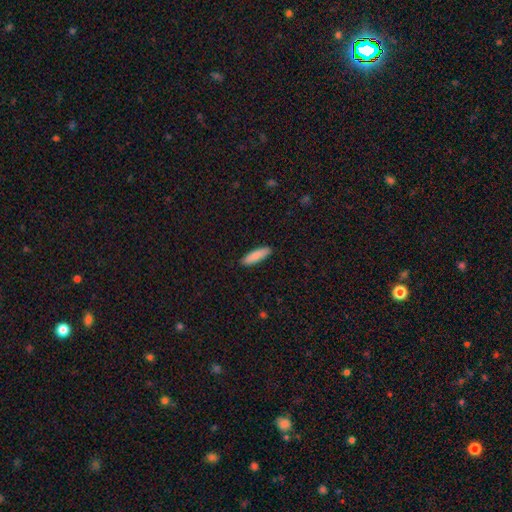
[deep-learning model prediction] Q: Smooth or featured?
A: smooth (88%); runner-up: featured or disk (6%)
Q: How rounded?
A: cigar-shaped (66%); runner-up: in between (33%)
Q: Merging?
A: none (90%); runner-up: minor disturbance (7%)